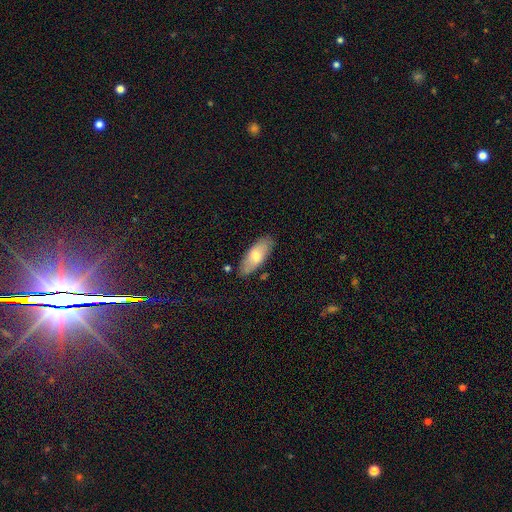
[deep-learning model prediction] Overall: smooth (69%). How rounded: in between (82%). Merging: none (81%).